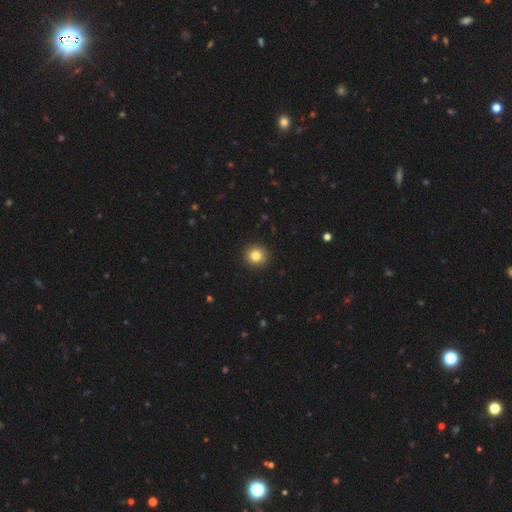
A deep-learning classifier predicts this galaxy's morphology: smooth_or_featured: smooth (p=0.83) [alt: star or artifact p=0.11]
how_rounded: round (p=0.92) [alt: in between p=0.07]
merging: none (p=0.93) [alt: minor disturbance p=0.05]